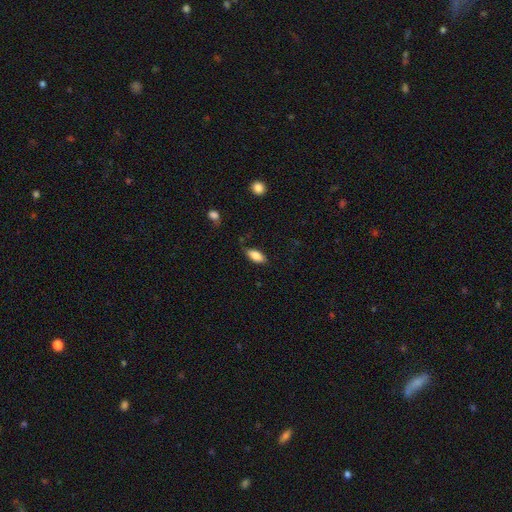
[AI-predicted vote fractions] This appears to be a smooth galaxy with no disk features (85%) that is in between round and cigar-shaped (87%). Merging: none (80%).